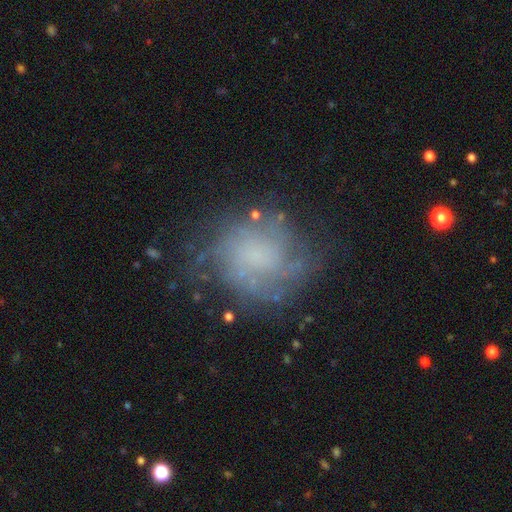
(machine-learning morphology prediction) Smooth or featured?
  - featured or disk: 61% *
  - smooth: 27%
  - star or artifact: 12%
Edge-on disk?
  - no: 98% *
  - yes: 2%
Bar?
  - no: 78% *
  - weak: 19%
  - strong: 3%
Spiral arms?
  - yes: 75% *
  - no: 25%
Bulge size?
  - none: 51% *
  - small: 27%
  - moderate: 15%
  - large: 6%
  - dominant: 2%
Merging?
  - none: 65% *
  - minor disturbance: 19%
  - major disturbance: 13%
  - merger: 2%